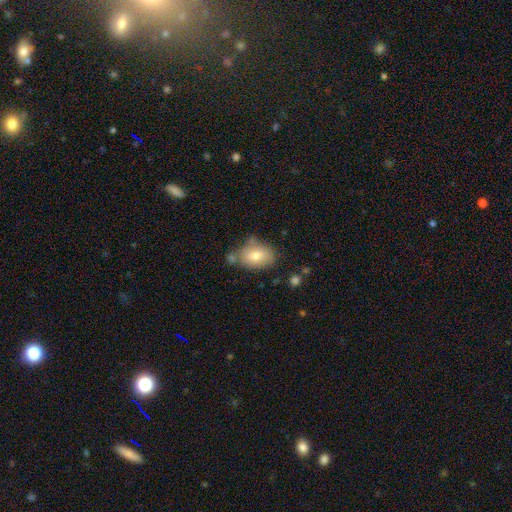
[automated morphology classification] The model was most divided on "merging": none: 63%, minor disturbance: 20%, merger: 11%, major disturbance: 5%. More confident: smooth or featured — smooth (76%); how rounded — in between (76%).